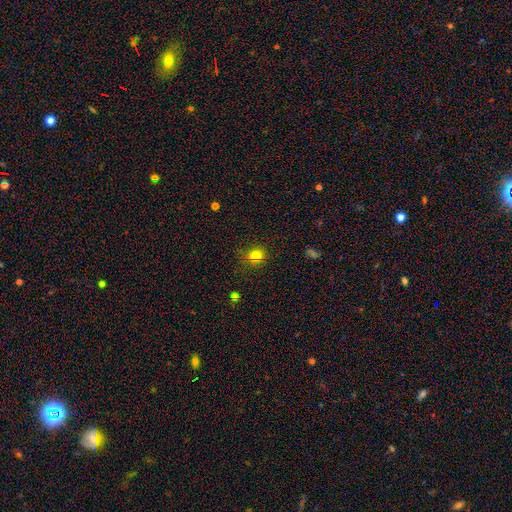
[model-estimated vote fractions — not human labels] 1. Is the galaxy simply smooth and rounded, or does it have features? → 79% smooth, 15% star or artifact, 6% featured or disk.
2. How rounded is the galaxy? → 80% round, 19% in between, 1% cigar-shaped.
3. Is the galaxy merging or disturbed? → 85% none, 11% minor disturbance, 3% major disturbance, 2% merger.